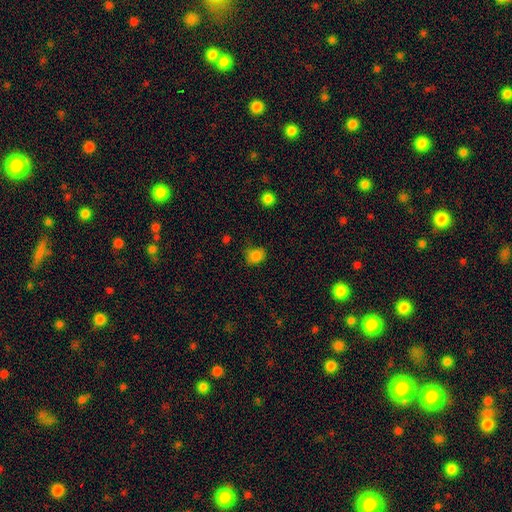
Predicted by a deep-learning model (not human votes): This appears to be a smooth galaxy with no disk features (83%) that is round (56%). Merging: none (74%).